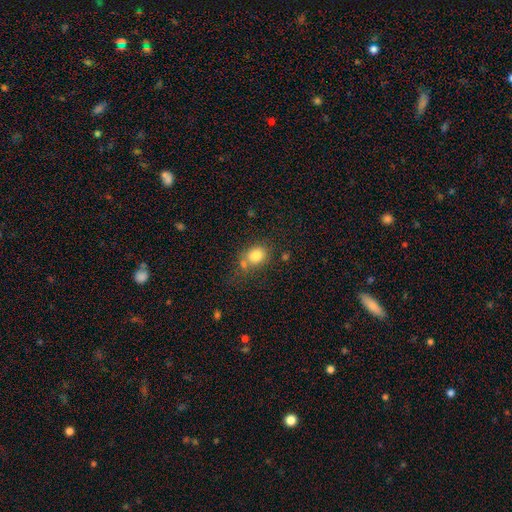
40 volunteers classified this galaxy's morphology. smooth_or_featured: smooth (p=0.82) [alt: featured or disk p=0.12]
how_rounded: in between (p=0.52) [alt: round p=0.48]
merging: none (p=0.61) [alt: minor disturbance p=0.18]